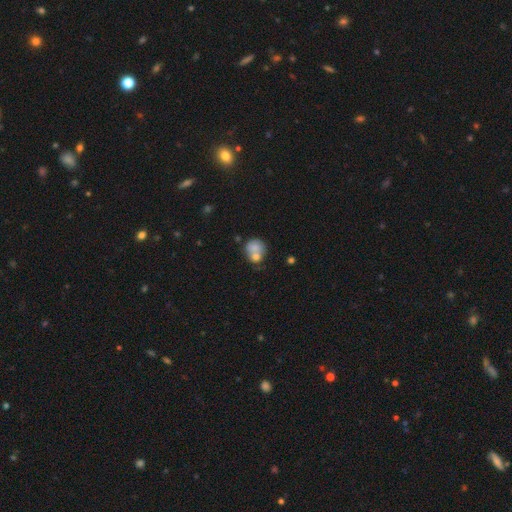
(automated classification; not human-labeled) This appears to be a smooth galaxy with no disk features (64%) that is round (77%). Merging: none (45%).